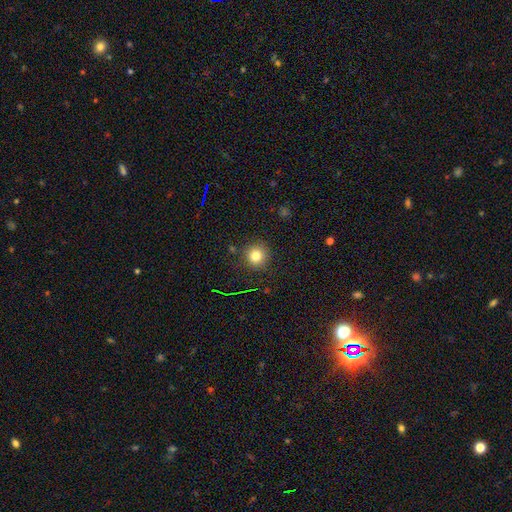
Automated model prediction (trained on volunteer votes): Q: Smooth or featured?
A: smooth (78%); runner-up: star or artifact (14%)
Q: How rounded?
A: round (94%); runner-up: in between (5%)
Q: Merging?
A: none (88%); runner-up: minor disturbance (8%)